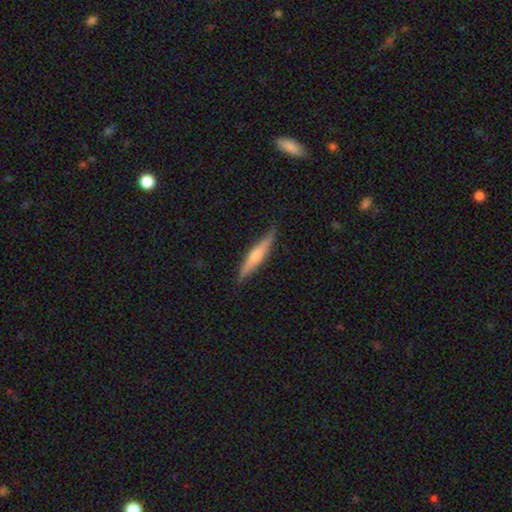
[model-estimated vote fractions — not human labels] The model was most divided on "smooth or featured": featured or disk: 54%, smooth: 40%, star or artifact: 6%. More confident: edge-on disk — yes (96%); merging — none (86%); edge-on bulge — rounded (76%).